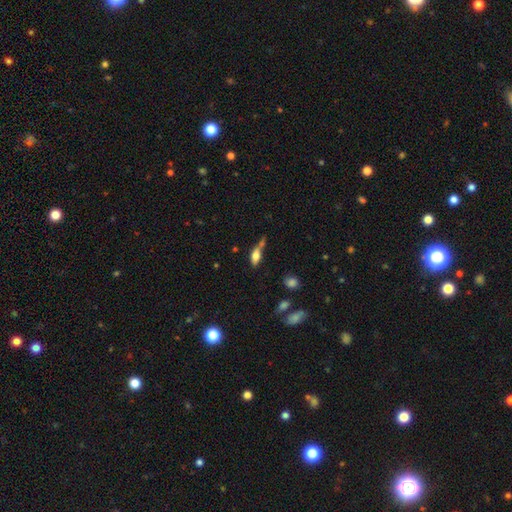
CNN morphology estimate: Overall: smooth (66%). How rounded: in between (71%). Merging: none (42%; minor disturbance 24%).